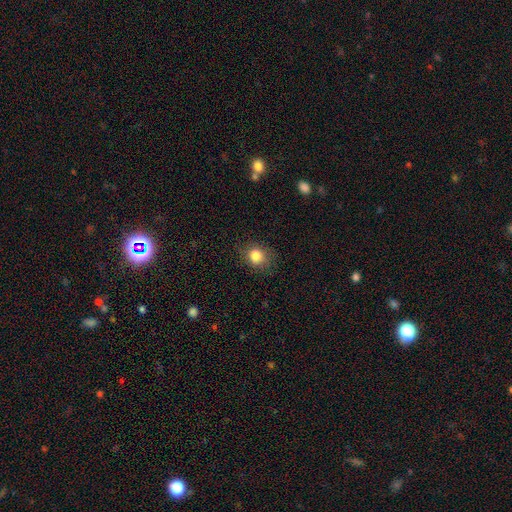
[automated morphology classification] This is clearly a smooth galaxy (84%). How rounded: likely round (66%). Merging: likely none (77%).